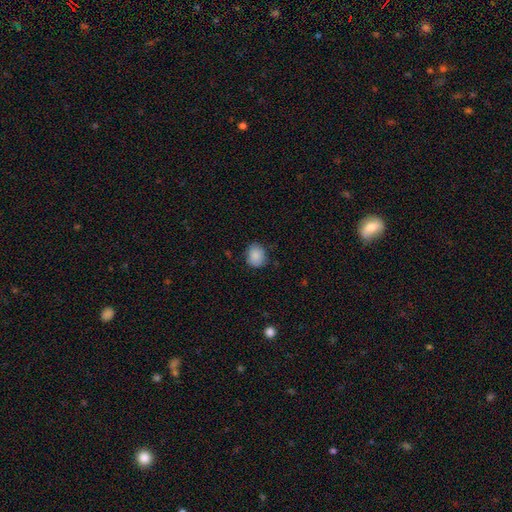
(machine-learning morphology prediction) Smooth or featured: smooth — 87% (star or artifact — 8%)
How rounded: round — 65% (in between — 35%)
Merging: none — 77% (minor disturbance — 18%)